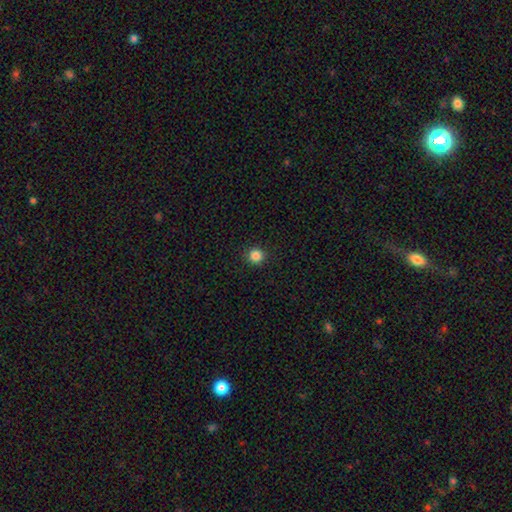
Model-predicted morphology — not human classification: This appears to be a smooth galaxy with no disk features (84%) that is round (95%). Merging: none (93%).